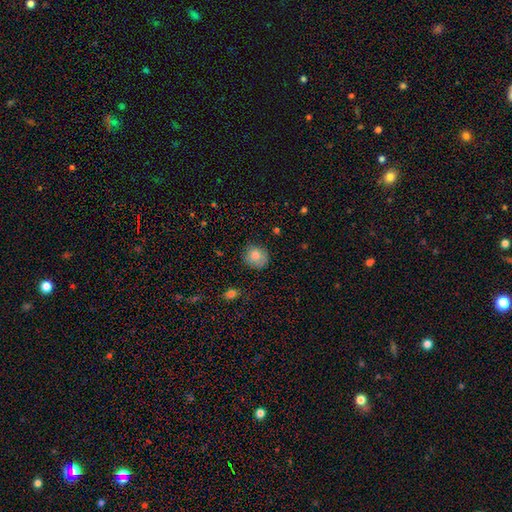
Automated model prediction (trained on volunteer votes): Morphology: type=smooth (82%); roundness=round (83%); merging=none (79%).